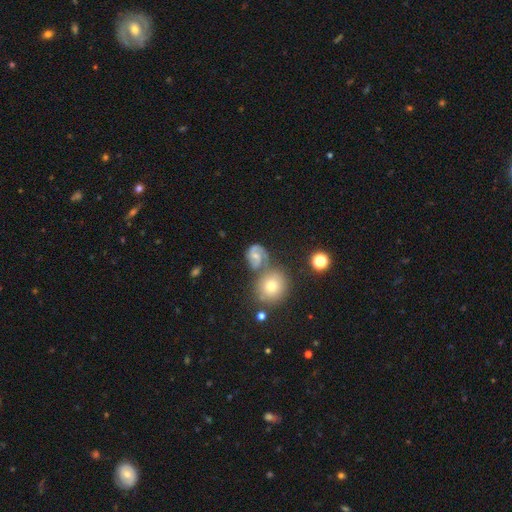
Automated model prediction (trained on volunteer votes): This appears to be a featured or disk galaxy (68%) with no bar (50%), 2 (83%) medium (54%) spiral arms (92%) and a moderate central bulge (47%). Merging: none (52%).